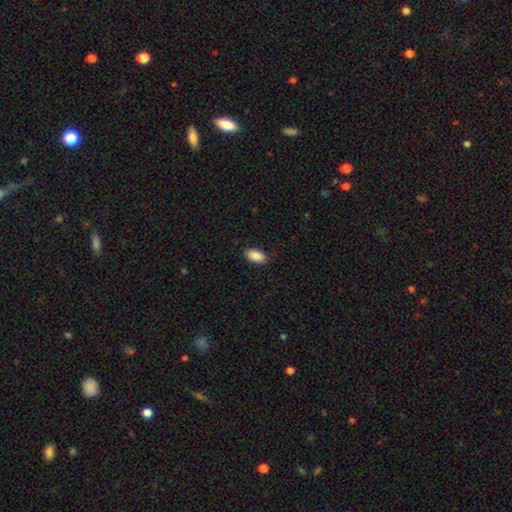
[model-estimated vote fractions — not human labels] This is clearly a smooth galaxy (89%). How rounded: clearly in between (93%). Merging: clearly none (88%).